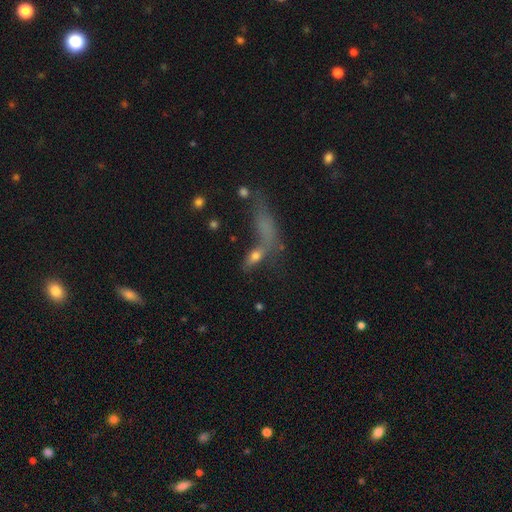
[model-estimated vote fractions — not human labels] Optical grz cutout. It shows a smooth galaxy with no disk features (58%) that is in between round and cigar-shaped (54%). Merging: merger (35%).